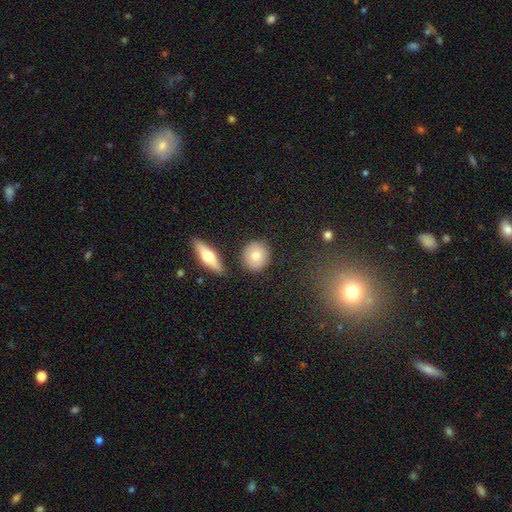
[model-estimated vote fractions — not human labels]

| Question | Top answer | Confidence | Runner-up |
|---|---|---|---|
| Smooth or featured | smooth | 78% | featured or disk (15%) |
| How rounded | round | 84% | in between (14%) |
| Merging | none | 85% | minor disturbance (8%) |